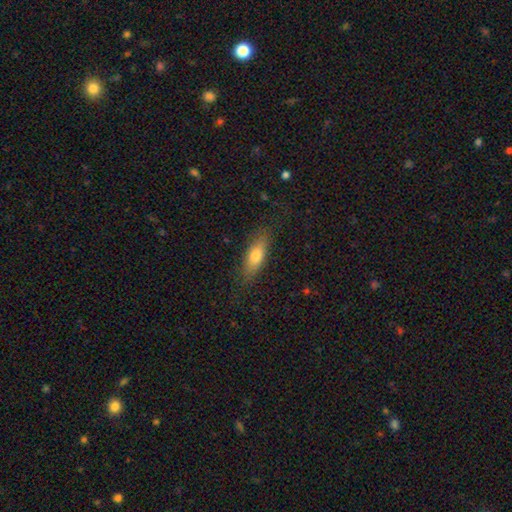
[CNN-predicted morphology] Smooth or featured: smooth — 72% (featured or disk — 21%)
How rounded: in between — 62% (cigar-shaped — 35%)
Merging: none — 82% (minor disturbance — 13%)